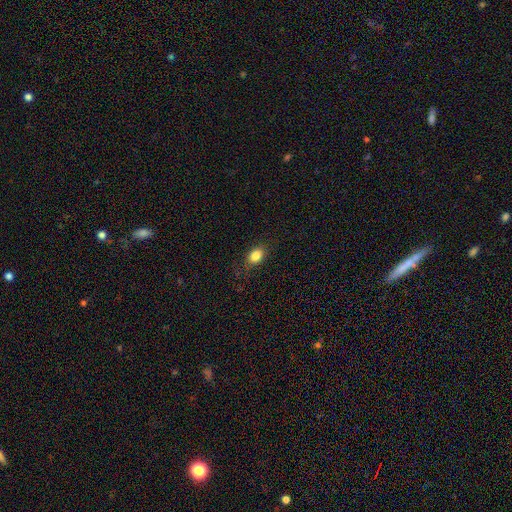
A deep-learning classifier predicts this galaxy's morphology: smooth 84%, star or artifact 9%, featured or disk 6%. Down the decision tree: how rounded — in between (74%); merging — none (82%).